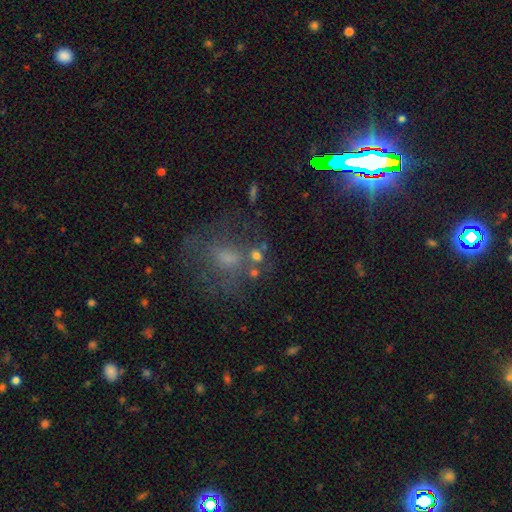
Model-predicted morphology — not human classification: This is marginally a smooth galaxy (42%). Merging: possibly none (50%).